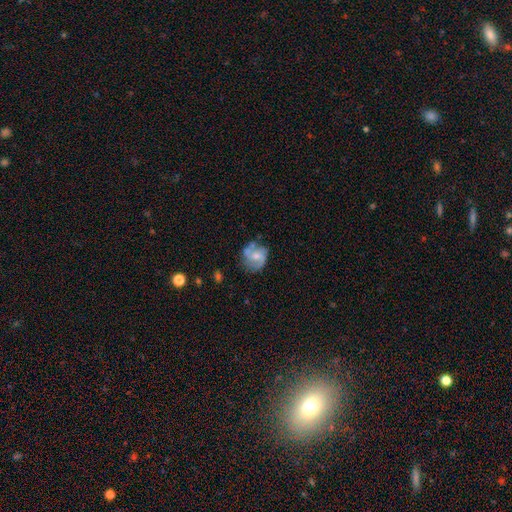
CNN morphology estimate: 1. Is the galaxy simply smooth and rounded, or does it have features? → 59% featured or disk, 33% smooth, 7% star or artifact.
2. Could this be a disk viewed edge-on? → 98% no, 2% yes.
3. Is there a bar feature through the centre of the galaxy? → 47% no, 43% weak, 11% strong.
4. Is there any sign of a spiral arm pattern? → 80% yes, 20% no.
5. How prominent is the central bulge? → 45% small, 43% moderate, 9% none, 3% large, 1% dominant.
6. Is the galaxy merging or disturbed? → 56% none, 24% minor disturbance, 10% merger, 10% major disturbance.